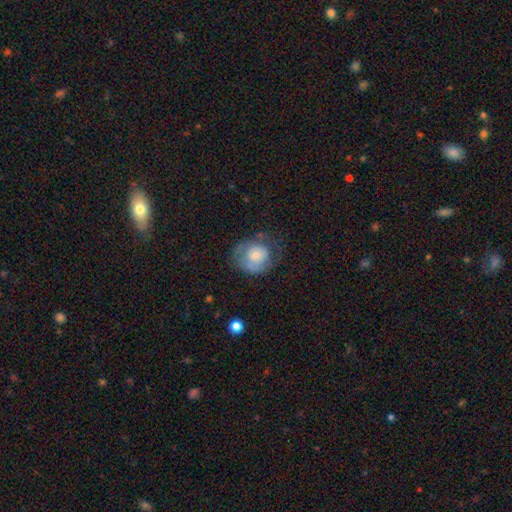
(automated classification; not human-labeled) A smooth galaxy with no disk features (55%) that is round (63%).

Vote fractions:
- Smooth or featured? smooth: 55% / featured or disk: 37% / star or artifact: 7%
- How rounded? round: 63% / in between: 36% / cigar-shaped: 1%
- Merging? none: 47% / minor disturbance: 28% / major disturbance: 23% / merger: 2%